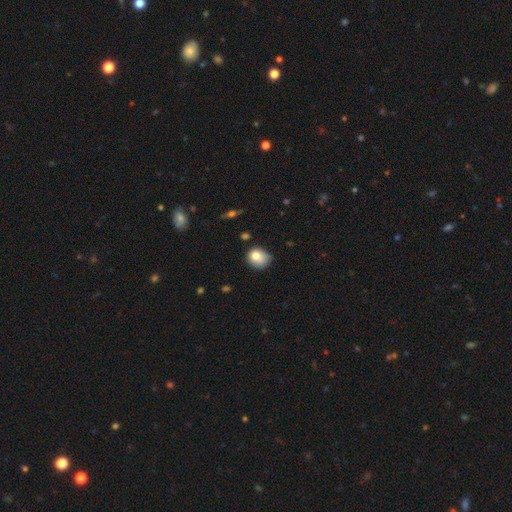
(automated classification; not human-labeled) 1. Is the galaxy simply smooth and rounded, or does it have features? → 78% smooth, 12% featured or disk, 10% star or artifact.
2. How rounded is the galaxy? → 67% round, 32% in between, 1% cigar-shaped.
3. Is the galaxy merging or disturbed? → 52% none, 35% minor disturbance, 9% major disturbance, 5% merger.